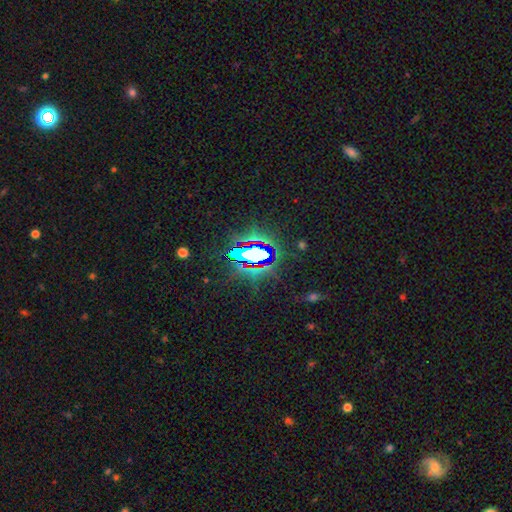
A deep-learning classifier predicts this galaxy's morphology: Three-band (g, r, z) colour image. It shows a star or artifact, not a galaxy (75%).